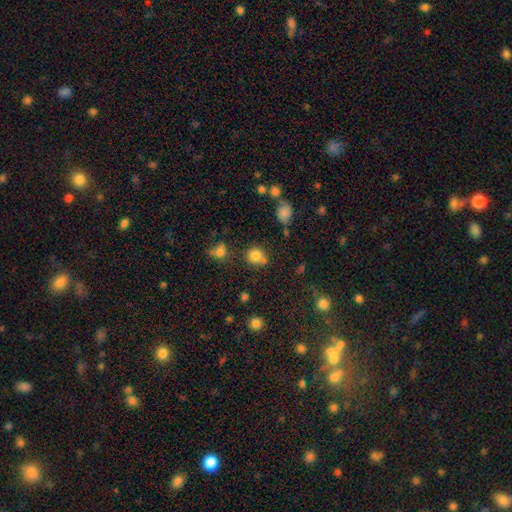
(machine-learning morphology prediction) The model was most divided on "merging": none: 60%, minor disturbance: 18%, merger: 16%, major disturbance: 6%. More confident: smooth or featured — smooth (79%); how rounded — round (76%).